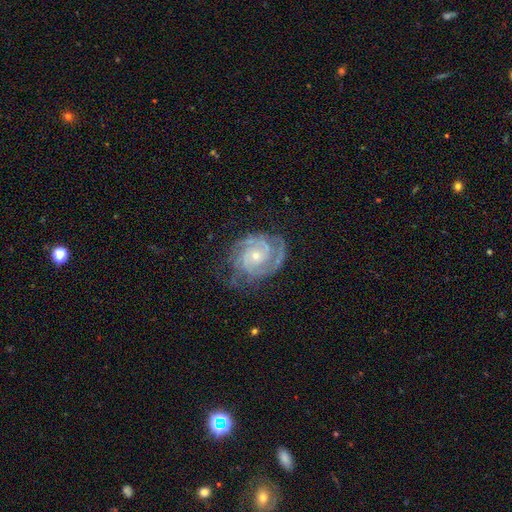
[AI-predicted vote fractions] featured or disk 90%, smooth 5%, star or artifact 5%. Down the decision tree: edge-on disk — no (98%); bar — no (72%); spiral arms — yes (98%); spiral arm count — 2 (46%); spiral winding — tight (69%); bulge size — small (65%); merging — none (71%).